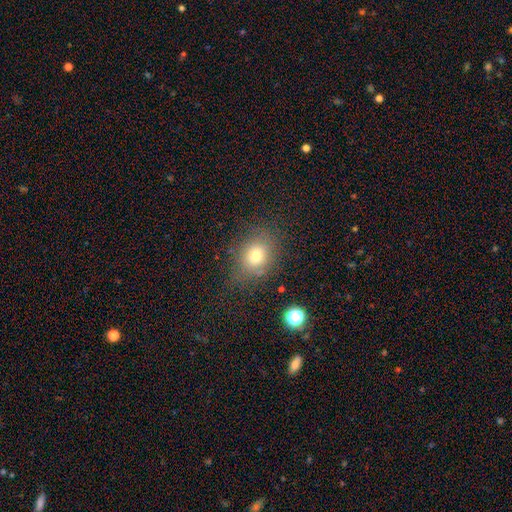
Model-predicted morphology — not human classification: Smooth or featured? smooth (71%)
How rounded? round (51%)
Merging? none (72%)